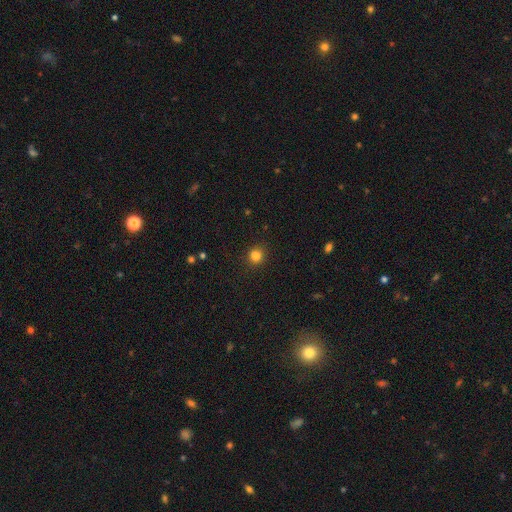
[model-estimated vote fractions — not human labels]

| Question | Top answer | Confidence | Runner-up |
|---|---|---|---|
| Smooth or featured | smooth | 83% | star or artifact (13%) |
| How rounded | round | 89% | in between (10%) |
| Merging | none | 89% | minor disturbance (7%) |